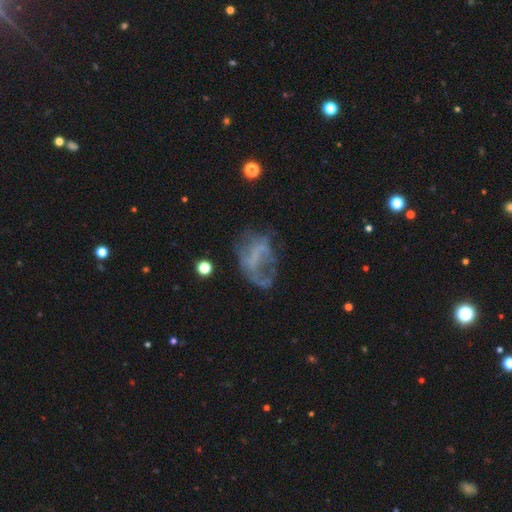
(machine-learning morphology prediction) type=featured or disk (56%); edge-on=no (97%); bar=no (67%); spiral arms=no (71%); bulge=none (75%); merging=major disturbance (38%).